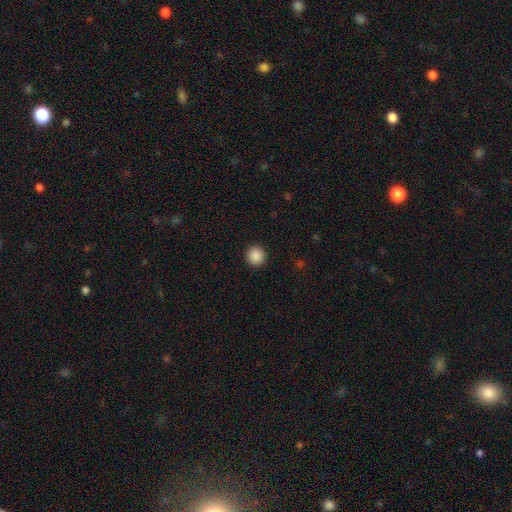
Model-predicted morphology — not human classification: smooth 88%, star or artifact 9%, featured or disk 3%. Down the decision tree: how rounded — round (94%); merging — none (93%).